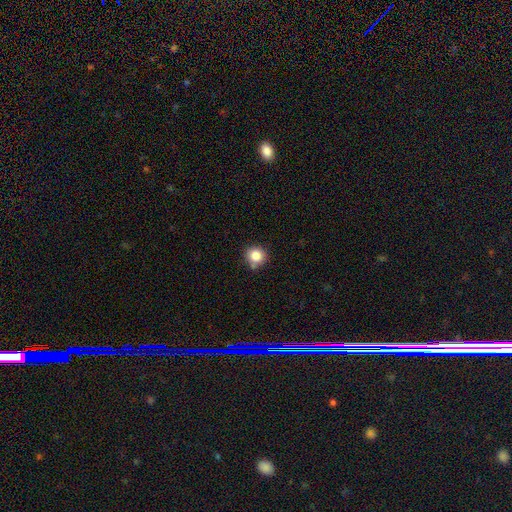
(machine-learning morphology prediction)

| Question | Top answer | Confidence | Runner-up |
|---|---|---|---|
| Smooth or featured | smooth | 84% | star or artifact (10%) |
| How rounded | round | 91% | in between (8%) |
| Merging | none | 77% | minor disturbance (14%) |